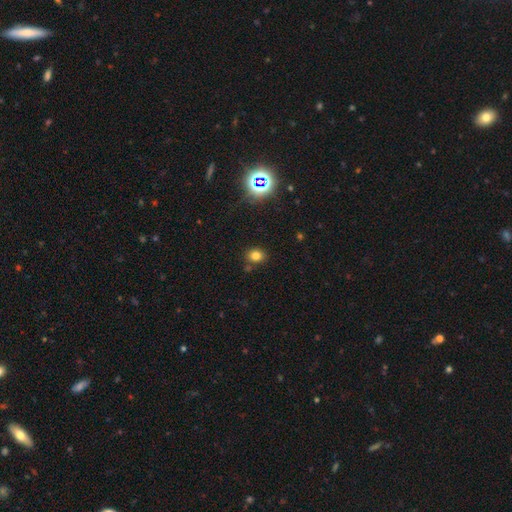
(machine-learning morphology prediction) Smooth or featured? smooth (77%)
How rounded? round (61%)
Merging? none (78%)